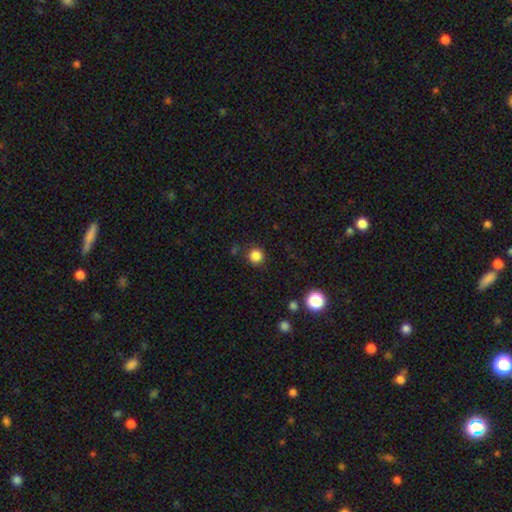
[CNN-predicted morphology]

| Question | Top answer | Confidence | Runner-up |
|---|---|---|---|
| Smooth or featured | smooth | 84% | star or artifact (12%) |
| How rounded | round | 94% | in between (5%) |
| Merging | none | 86% | minor disturbance (9%) |